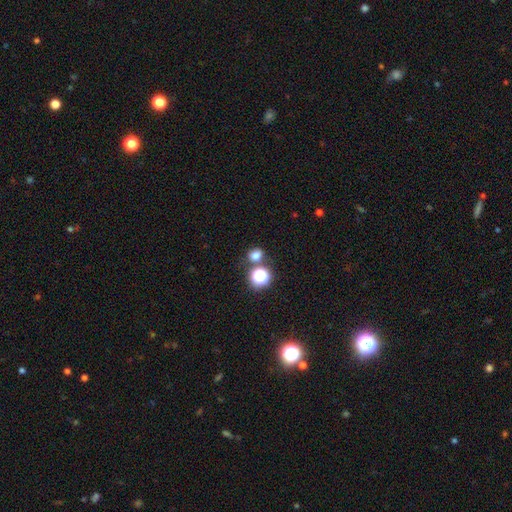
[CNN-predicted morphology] The model was most divided on "how rounded": round: 66%, in between: 33%, cigar-shaped: 1%. More confident: smooth or featured — smooth (72%); merging — none (70%).